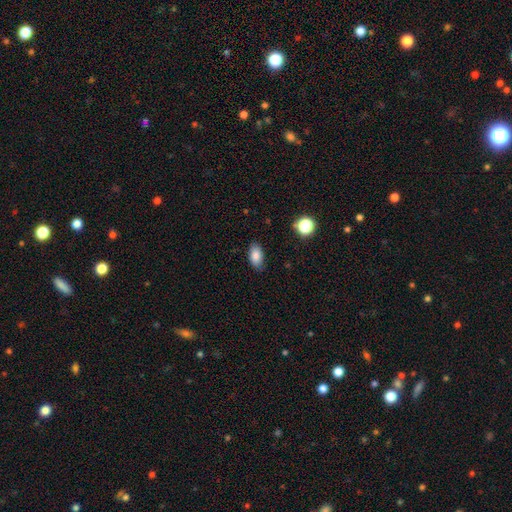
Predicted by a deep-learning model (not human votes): This is clearly a smooth galaxy (84%). How rounded: clearly in between (92%). Merging: clearly none (85%).